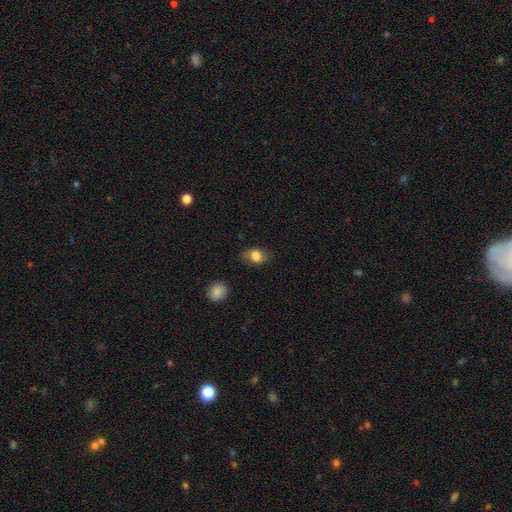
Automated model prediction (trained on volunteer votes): Overall: smooth (77%). How rounded: in between (75%). Merging: none (74%).